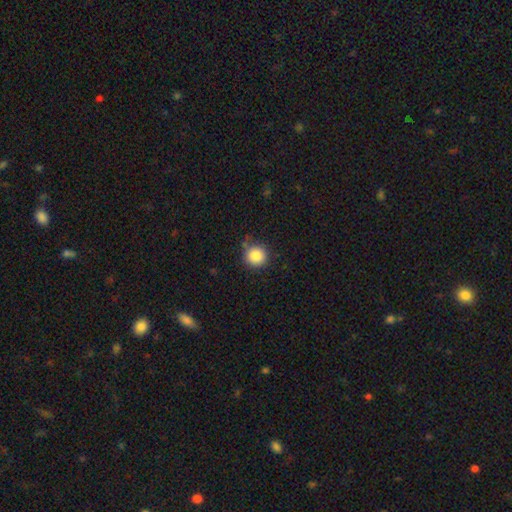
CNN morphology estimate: smooth 85%, star or artifact 10%, featured or disk 4%. Down the decision tree: how rounded — round (93%); merging — none (81%).